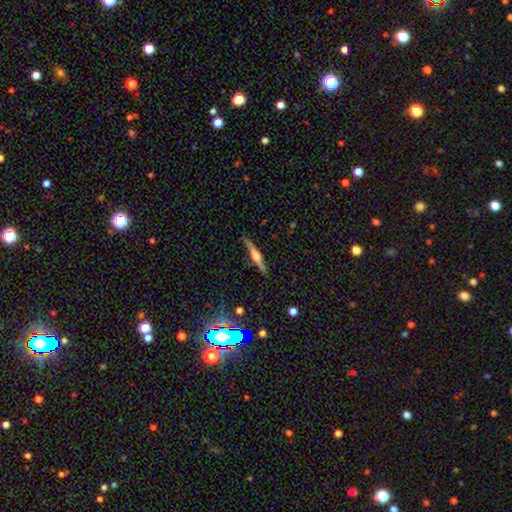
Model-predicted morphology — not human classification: This appears to be a featured or disk galaxy (67%) viewed edge-on (97%) with a rounded central bulge (82%). Merging: none (87%).